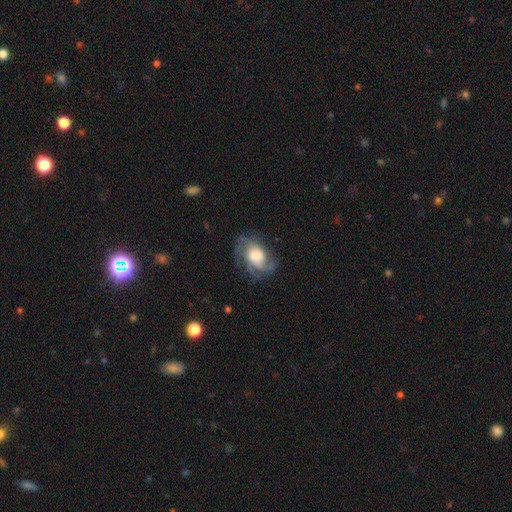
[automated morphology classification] A featured or disk galaxy (72%) with no bar (70%), 2 (46%) medium (47%) spiral arms (91%) and a large central bulge (54%). Merging: none (60%).